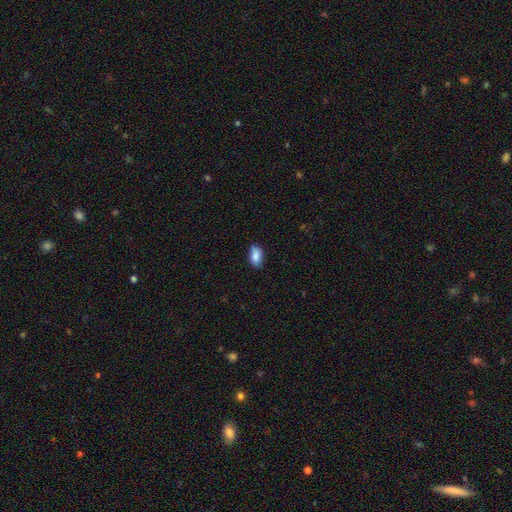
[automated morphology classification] This appears to be a smooth galaxy with no disk features (85%) that is in between round and cigar-shaped (90%). Merging: none (78%).